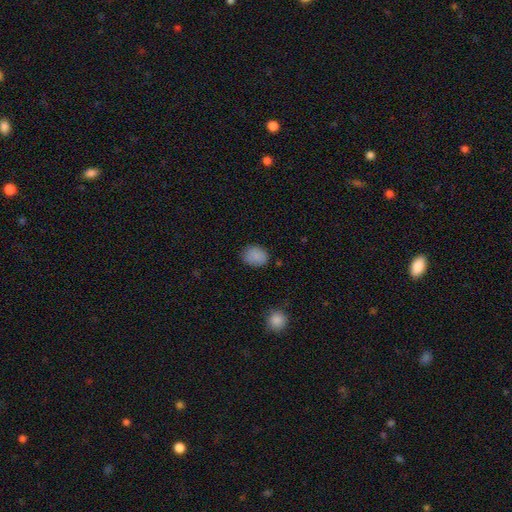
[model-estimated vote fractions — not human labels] This is clearly a smooth galaxy (86%). How rounded: possibly in between (56%). Merging: clearly none (80%).